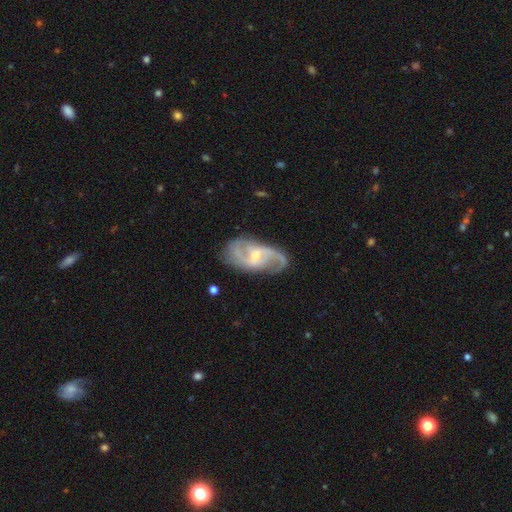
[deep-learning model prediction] Smooth or featured? Predicted: featured or disk (p=0.86). Edge-on disk? Predicted: no (p=0.96). Bar? Predicted: weak (p=0.58). Spiral arms? Predicted: yes (p=0.95). Spiral winding? Predicted: medium (p=0.48). Spiral arm count? Predicted: 2 (p=0.76). Bulge size? Predicted: small (p=0.54). Merging? Predicted: none (p=0.70).